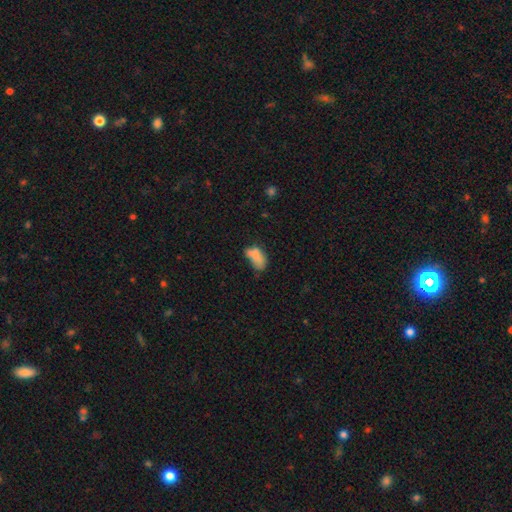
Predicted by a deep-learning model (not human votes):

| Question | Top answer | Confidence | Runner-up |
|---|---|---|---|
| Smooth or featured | smooth | 69% | featured or disk (20%) |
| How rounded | in between | 88% | round (9%) |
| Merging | merger | 31% | tied: none (31%) |